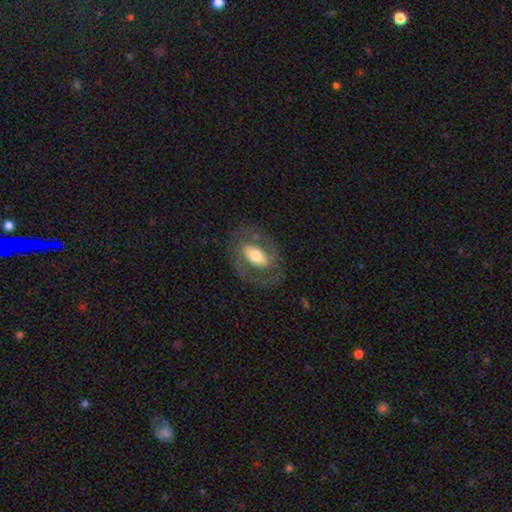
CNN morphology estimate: Overall: featured or disk (64%; smooth 30%). Edge-on disk: no (92%). Bar: strong (37%; no 33%). Spiral arms: yes (55%; no 45%). Bulge size: moderate (58%; large 24%). Merging: none (72%).